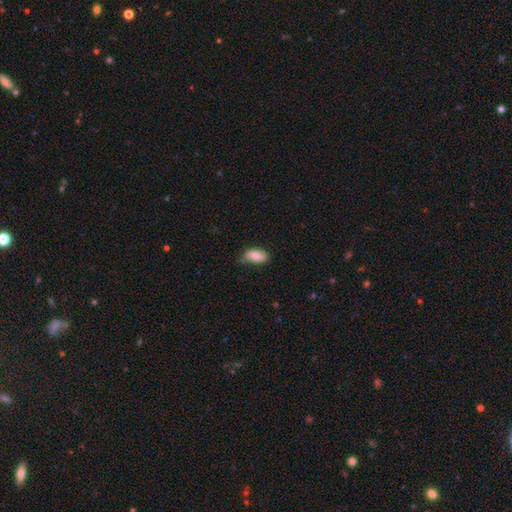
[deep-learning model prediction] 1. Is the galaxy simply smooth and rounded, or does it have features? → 71% smooth, 22% featured or disk, 7% star or artifact.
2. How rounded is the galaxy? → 92% in between, 5% round, 3% cigar-shaped.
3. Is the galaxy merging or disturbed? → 69% none, 25% minor disturbance, 4% major disturbance, 2% merger.